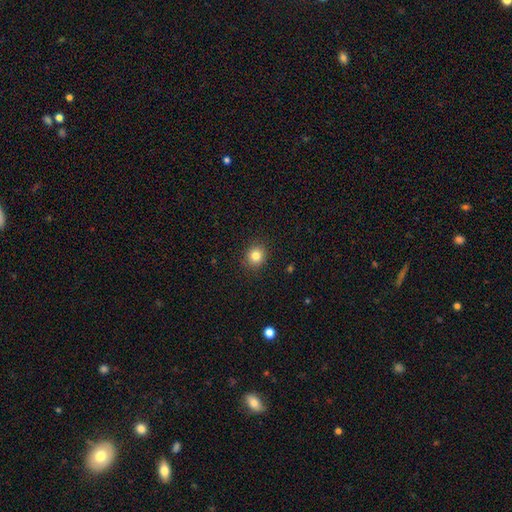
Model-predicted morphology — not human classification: type=smooth (82%); roundness=round (82%); merging=none (90%).